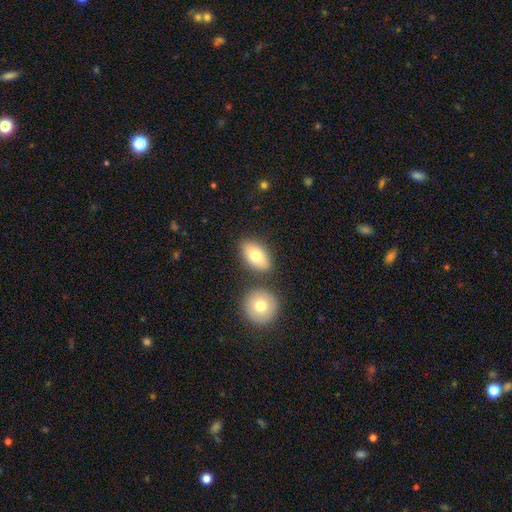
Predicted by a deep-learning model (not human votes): The model was most divided on "merging": none: 72%, merger: 14%, minor disturbance: 11%, major disturbance: 3%. More confident: how rounded — in between (86%); smooth or featured — smooth (77%).